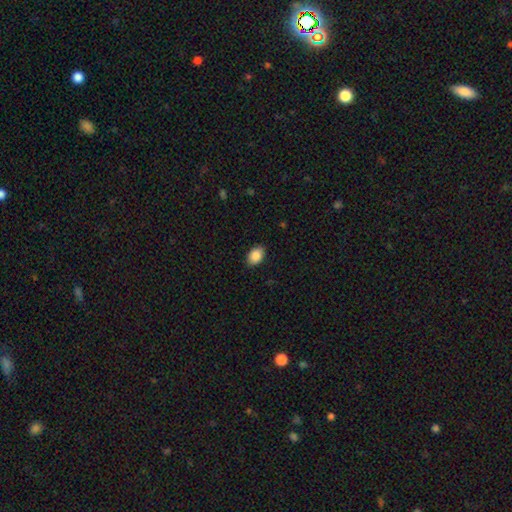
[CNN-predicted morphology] A smooth galaxy with no disk features (89%) that is in between round and cigar-shaped (81%). Merging: none (87%).